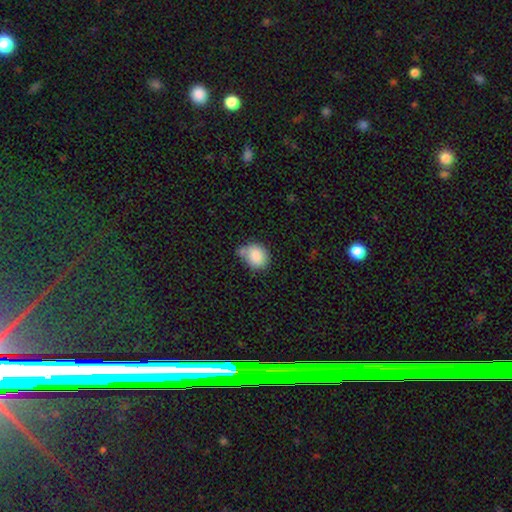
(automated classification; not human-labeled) A smooth galaxy with no disk features (85%) that is round (56%). Merging: none (48%).